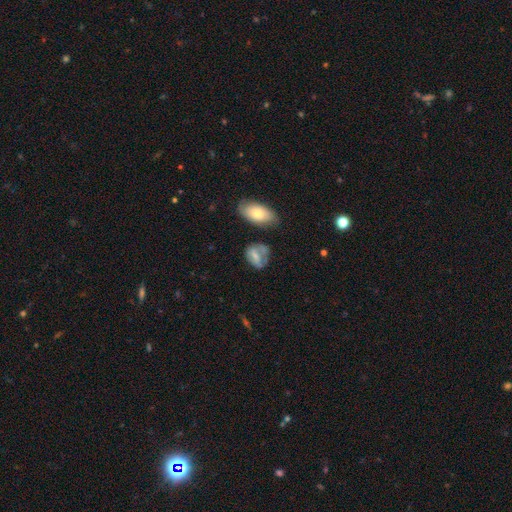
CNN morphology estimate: A smooth galaxy with no disk features (61%) that is in between round and cigar-shaped (66%).

Vote fractions:
- Smooth or featured? smooth: 61% / featured or disk: 29% / star or artifact: 10%
- How rounded? in between: 66% / round: 31% / cigar-shaped: 3%
- Merging? none: 46% / minor disturbance: 27% / major disturbance: 18% / merger: 10%